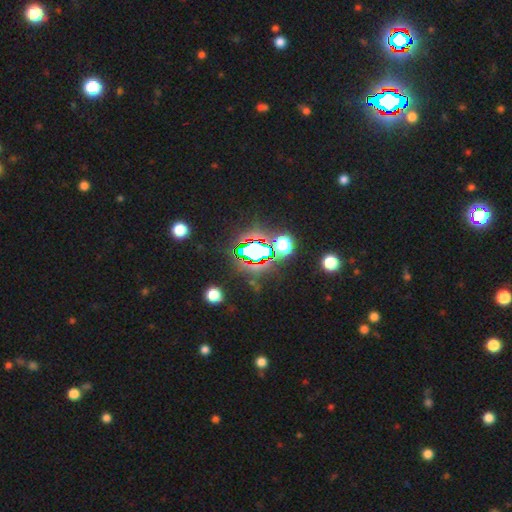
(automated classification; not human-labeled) Smooth or featured? Predicted: star or artifact (p=0.69).